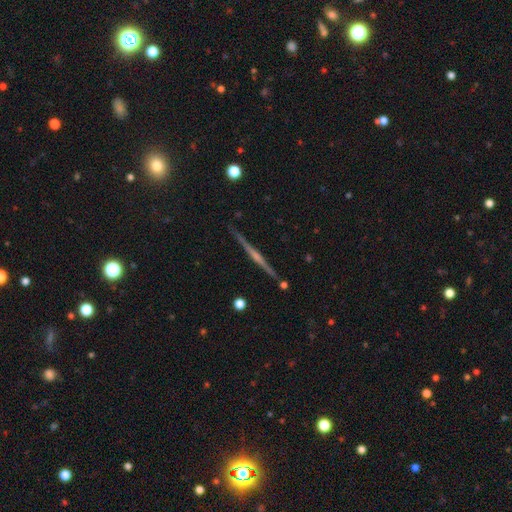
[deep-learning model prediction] The model was most divided on "edge-on bulge": rounded: 56%, none: 31%, boxy: 14%. More confident: edge-on disk — yes (98%); merging — none (91%); smooth or featured — featured or disk (80%).